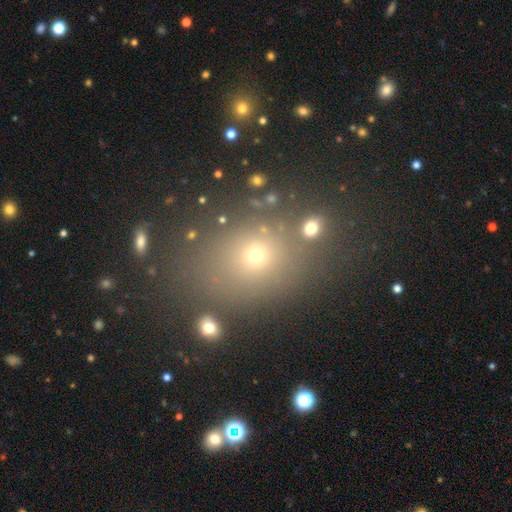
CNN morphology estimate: Smooth or featured? smooth (67%)
How rounded? in between (50%)
Merging? none (72%)